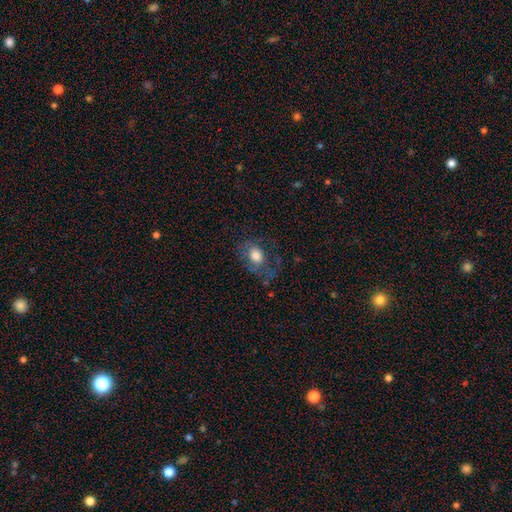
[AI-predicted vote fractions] Smooth or featured: smooth — 69% (featured or disk — 22%)
How rounded: in between — 67% (round — 32%)
Merging: none — 48% (major disturbance — 25%)